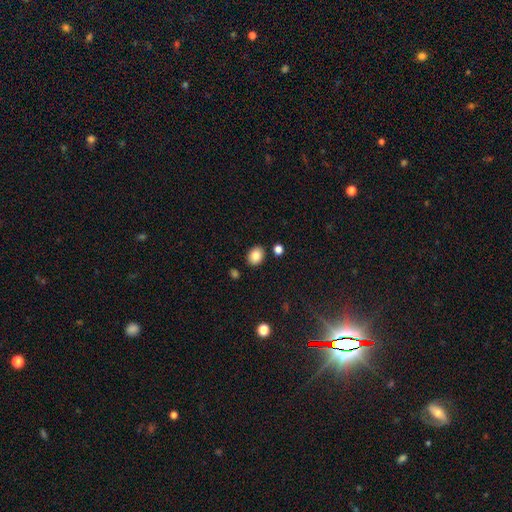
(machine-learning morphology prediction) Smooth or featured: smooth — 86% (star or artifact — 9%)
How rounded: in between — 58% (round — 41%)
Merging: none — 85% (minor disturbance — 9%)